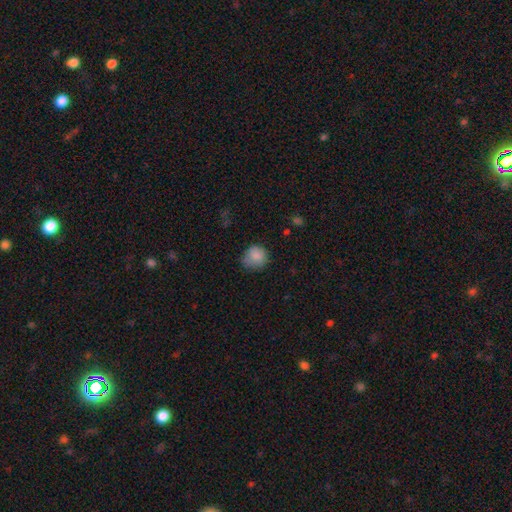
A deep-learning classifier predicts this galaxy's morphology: Smooth or featured? smooth (85%)
How rounded? round (81%)
Merging? none (60%)